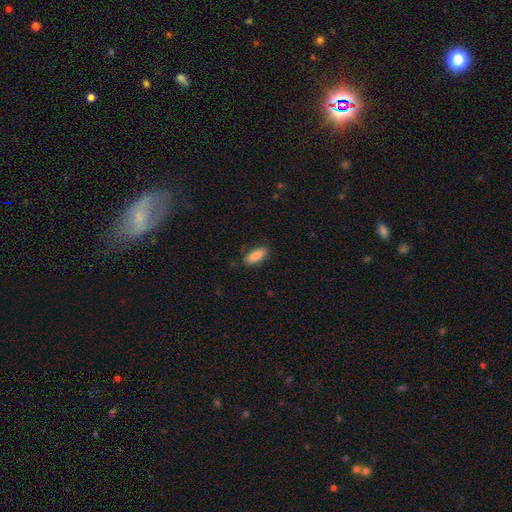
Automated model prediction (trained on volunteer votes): smooth-or-featured: smooth: 88% | star or artifact: 6% | featured or disk: 6%
  how-rounded: in between: 77% | cigar-shaped: 21% | round: 2%
  merging: none: 83% | minor disturbance: 12% | major disturbance: 3% | merger: 1%